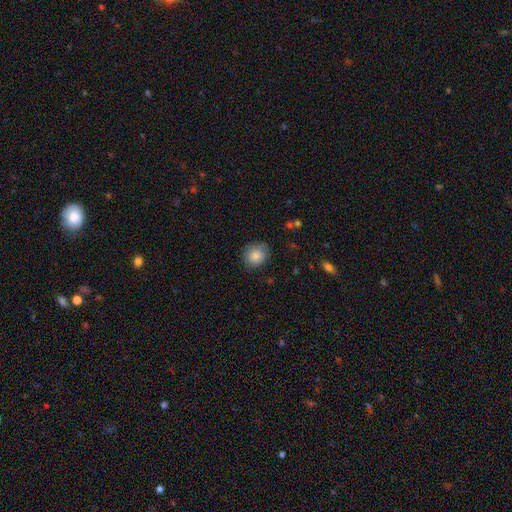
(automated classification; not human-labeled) Smooth or featured? smooth (83%)
How rounded? round (75%)
Merging? none (80%)